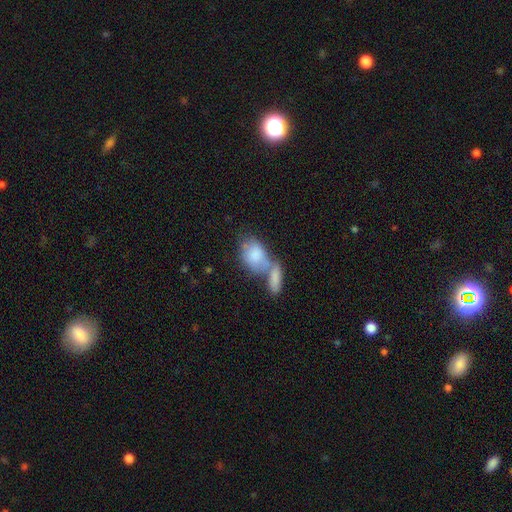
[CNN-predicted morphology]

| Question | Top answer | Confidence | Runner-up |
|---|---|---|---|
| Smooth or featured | smooth | 77% | featured or disk (17%) |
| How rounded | in between | 84% | round (13%) |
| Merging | merger | 62% | none (20%) |